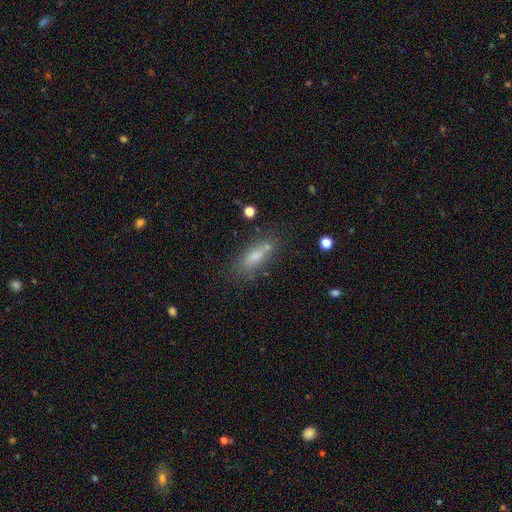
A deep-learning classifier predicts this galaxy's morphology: smooth 74%, featured or disk 15%, star or artifact 11%. Down the decision tree: how rounded — in between (62%); merging — none (68%).